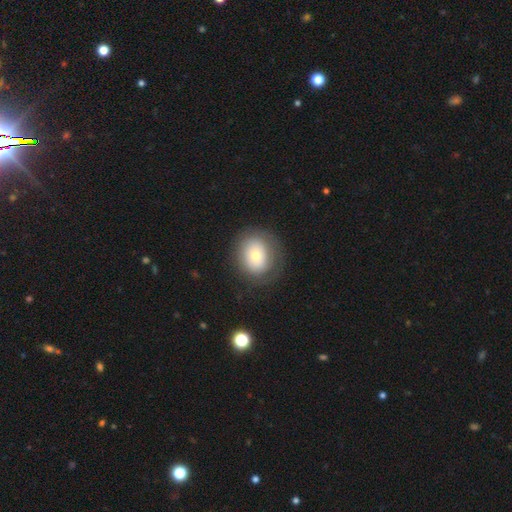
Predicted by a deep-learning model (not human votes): Morphology: type=smooth (68%); roundness=round (68%); merging=none (78%).